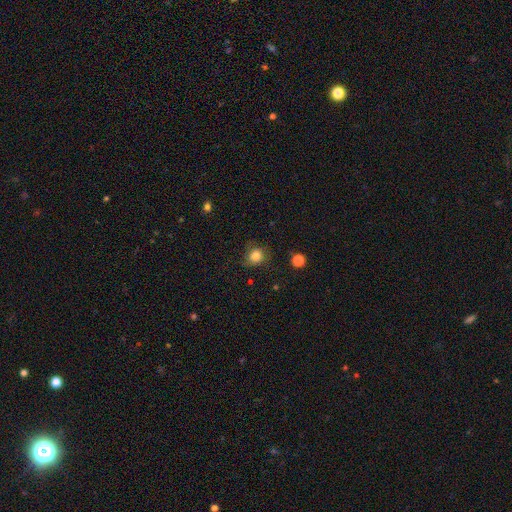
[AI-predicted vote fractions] Morphology: type=smooth (80%); roundness=round (79%); merging=none (71%).